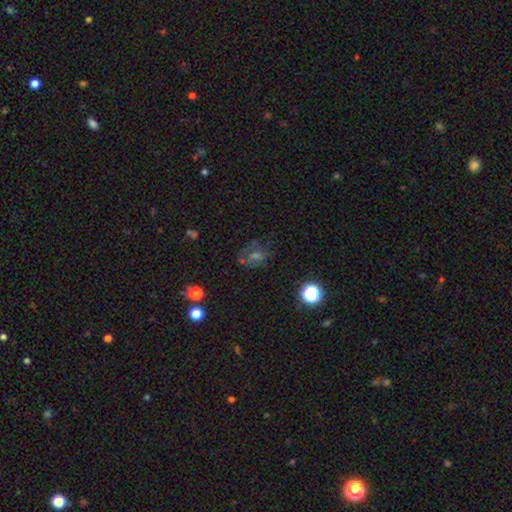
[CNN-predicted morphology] The model was most divided on "smooth or featured" (2-way tie): smooth: 36%, star or artifact: 36%, featured or disk: 28%. More confident: merging — none (61%).